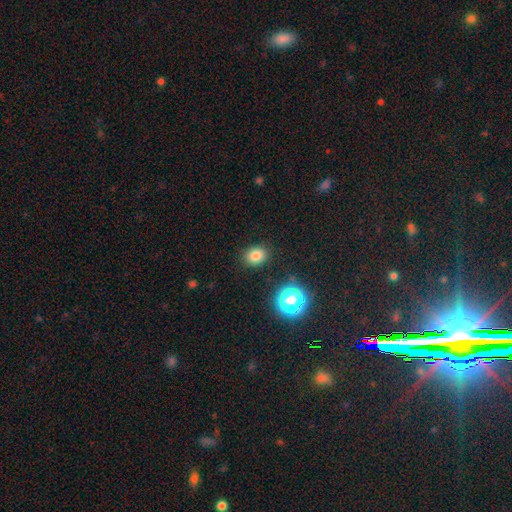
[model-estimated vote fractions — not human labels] smooth-or-featured: smooth: 80% | star or artifact: 14% | featured or disk: 6%
  how-rounded: round: 54% | in between: 45% | cigar-shaped: 1%
  merging: none: 87% | minor disturbance: 8% | major disturbance: 3% | merger: 2%